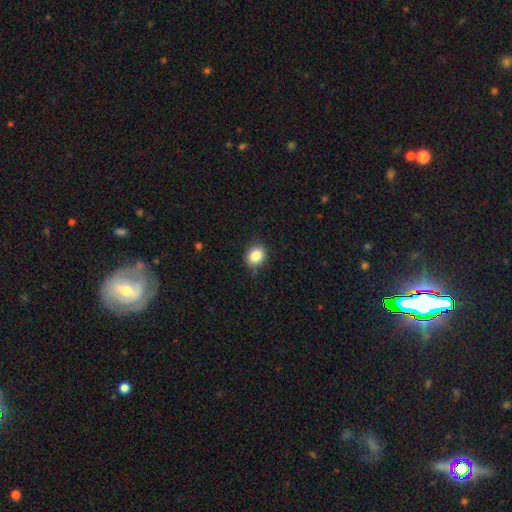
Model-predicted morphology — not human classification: smooth-or-featured: smooth: 85% | star or artifact: 10% | featured or disk: 6%
  how-rounded: round: 62% | in between: 37% | cigar-shaped: 1%
  merging: none: 79% | minor disturbance: 16% | major disturbance: 3% | merger: 1%